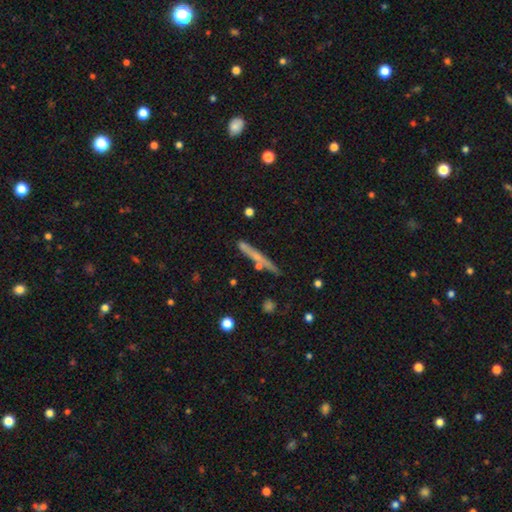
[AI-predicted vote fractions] The model was most divided on "smooth or featured": featured or disk: 48%, smooth: 44%, star or artifact: 9%. More confident: merging — none (79%).